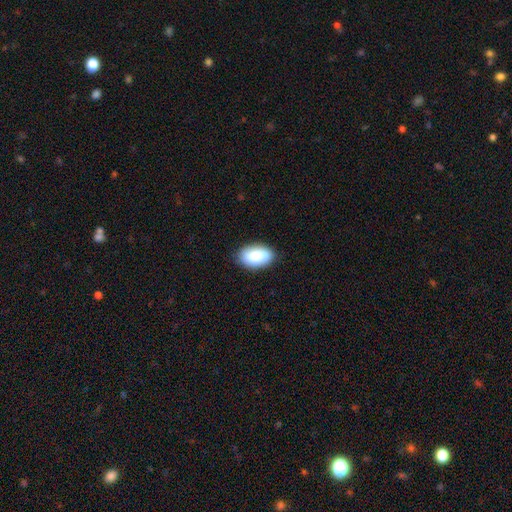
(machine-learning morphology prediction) smooth-or-featured: smooth: 86% | featured or disk: 8% | star or artifact: 6%
  how-rounded: in between: 93% | round: 5% | cigar-shaped: 1%
  merging: none: 86% | minor disturbance: 11% | major disturbance: 2% | merger: 1%